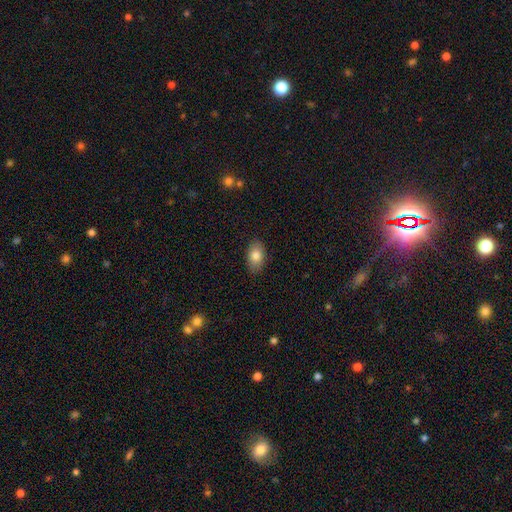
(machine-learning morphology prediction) This is clearly a smooth galaxy (81%). How rounded: clearly in between (90%). Merging: clearly none (87%).